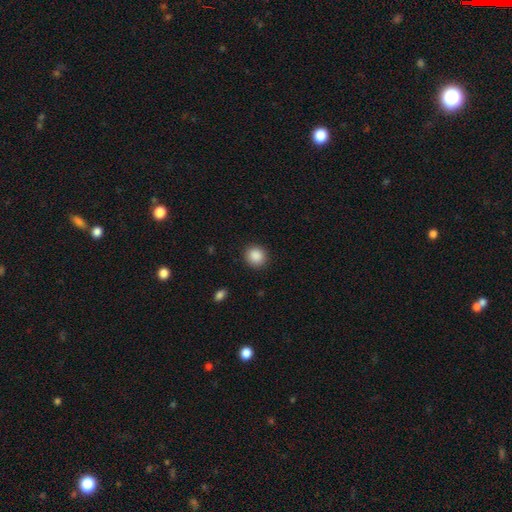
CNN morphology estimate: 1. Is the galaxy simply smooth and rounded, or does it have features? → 88% smooth, 9% star or artifact, 3% featured or disk.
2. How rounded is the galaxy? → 90% round, 10% in between, 1% cigar-shaped.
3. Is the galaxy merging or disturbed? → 90% none, 7% minor disturbance, 2% major disturbance, 1% merger.